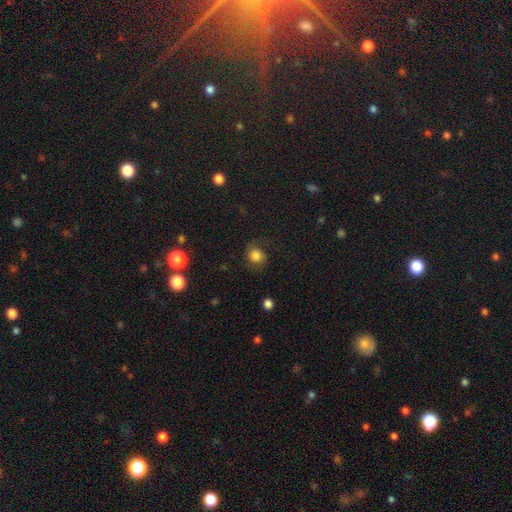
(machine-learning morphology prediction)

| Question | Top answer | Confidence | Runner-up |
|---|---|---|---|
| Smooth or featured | smooth | 73% | featured or disk (16%) |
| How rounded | round | 79% | in between (20%) |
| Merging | none | 67% | minor disturbance (18%) |